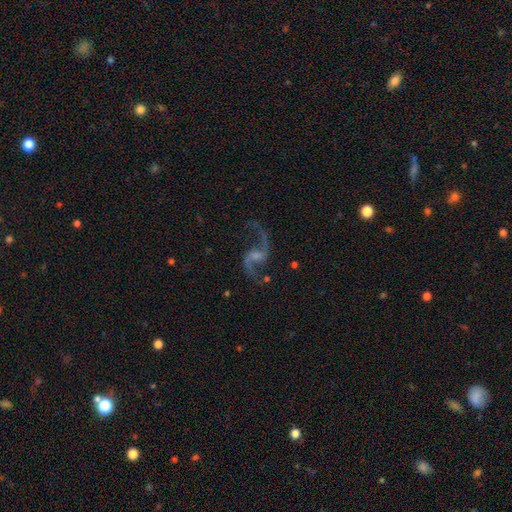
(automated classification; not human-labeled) A featured or disk galaxy (91%) with a weak bar (50%), 2 (94%) loose (77%) spiral arms (98%) and a small central bulge (43%). Merging: none (78%).